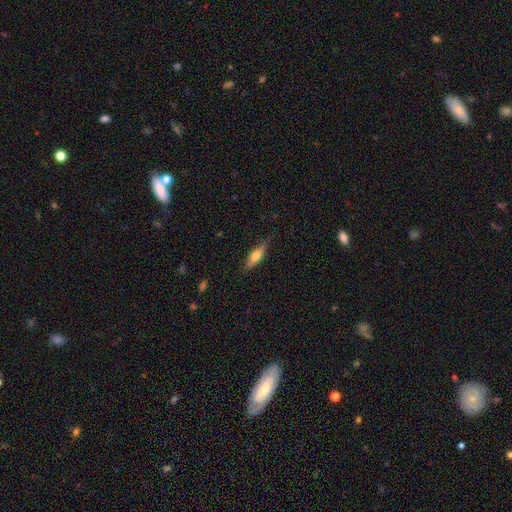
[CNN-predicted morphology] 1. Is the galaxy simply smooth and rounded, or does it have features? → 56% smooth, 38% featured or disk, 6% star or artifact.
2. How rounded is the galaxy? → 55% cigar-shaped, 42% in between, 3% round.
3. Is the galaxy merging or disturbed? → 82% none, 14% minor disturbance, 3% major disturbance, 1% merger.